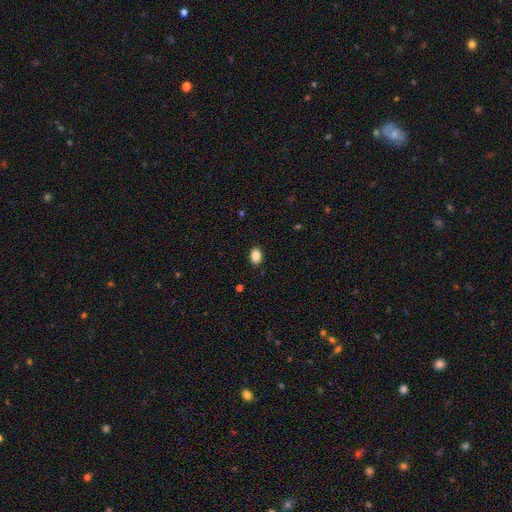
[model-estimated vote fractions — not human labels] This is clearly a smooth galaxy (87%). How rounded: clearly in between (82%). Merging: clearly none (89%).